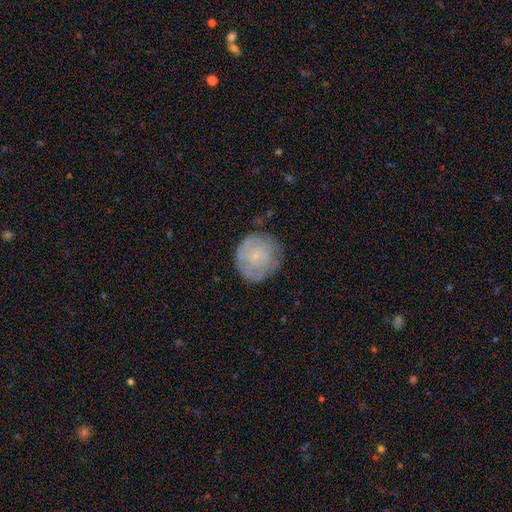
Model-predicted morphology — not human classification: Smooth or featured? smooth (49%)
Merging? none (73%)